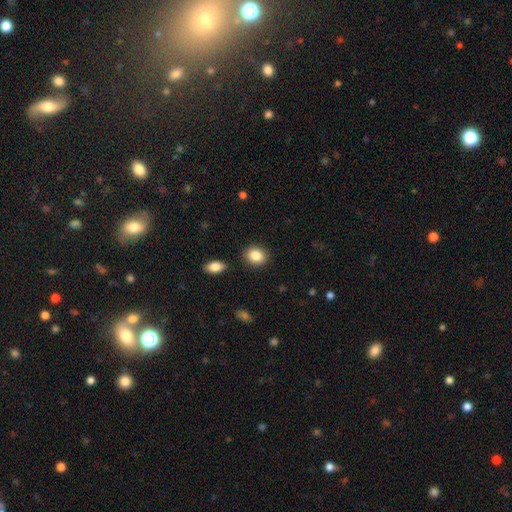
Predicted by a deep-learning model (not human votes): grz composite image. It shows a smooth galaxy with no disk features (86%) that is round (62%). Merging: none (88%).